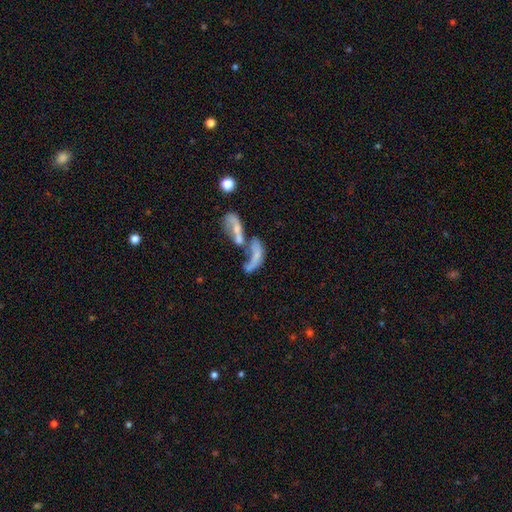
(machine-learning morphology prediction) Overall: smooth (44%; featured or disk 43%). Merging: merger (68%).